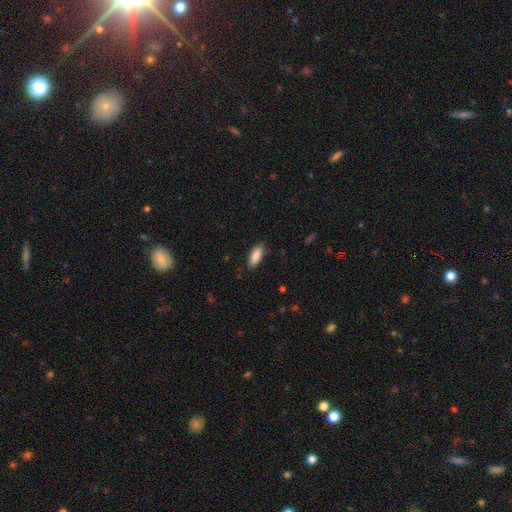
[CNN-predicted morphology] smooth 88%, star or artifact 6%, featured or disk 5%. Down the decision tree: how rounded — in between (81%); merging — none (82%).